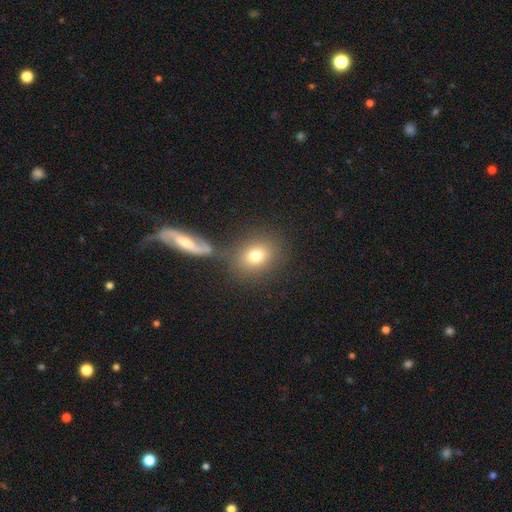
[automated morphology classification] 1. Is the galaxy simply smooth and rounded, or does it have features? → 75% smooth, 13% featured or disk, 12% star or artifact.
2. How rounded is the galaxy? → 53% round, 45% in between, 2% cigar-shaped.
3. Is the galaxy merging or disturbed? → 66% none, 18% merger, 11% minor disturbance, 6% major disturbance.